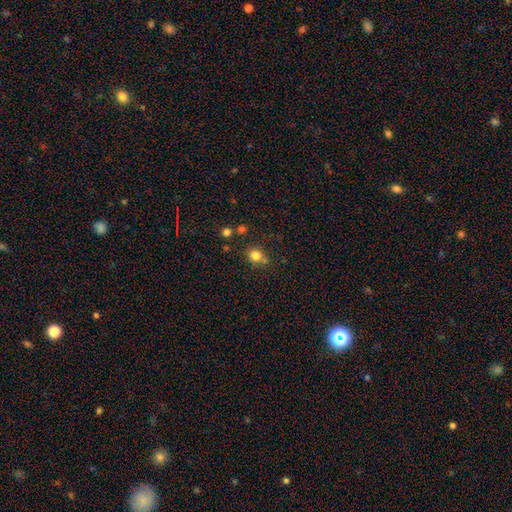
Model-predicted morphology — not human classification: smooth 80%, star or artifact 13%, featured or disk 7%. Down the decision tree: how rounded — round (83%); merging — none (67%).